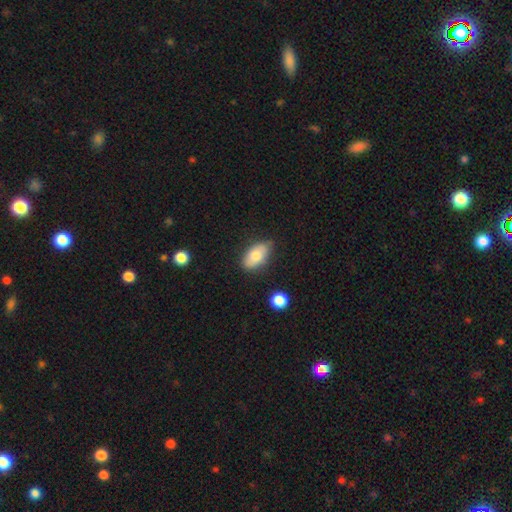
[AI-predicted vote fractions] This is likely a smooth galaxy (75%). How rounded: clearly in between (92%). Merging: likely none (77%).